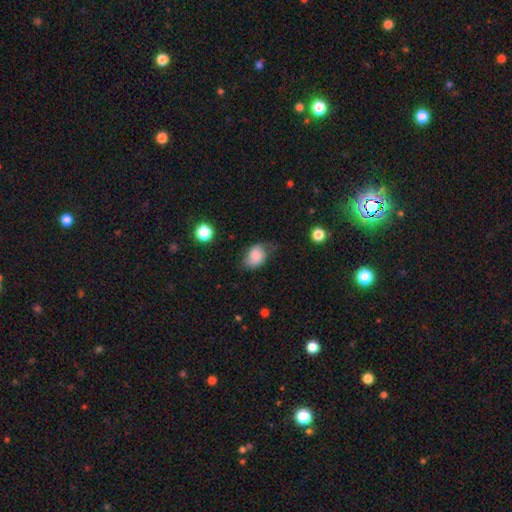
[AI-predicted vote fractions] A smooth galaxy with no disk features (72%) that is in between round and cigar-shaped (69%).

Vote fractions:
- Smooth or featured? smooth: 72% / featured or disk: 20% / star or artifact: 8%
- How rounded? in between: 69% / round: 30% / cigar-shaped: 1%
- Merging? none: 50% / minor disturbance: 35% / major disturbance: 13% / merger: 2%